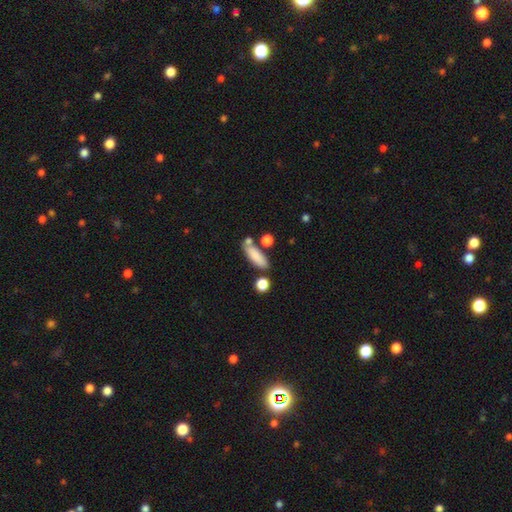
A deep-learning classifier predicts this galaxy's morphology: Smooth or featured: smooth — 83% (featured or disk — 10%)
How rounded: in between — 57% (cigar-shaped — 39%)
Merging: none — 66% (minor disturbance — 15%)